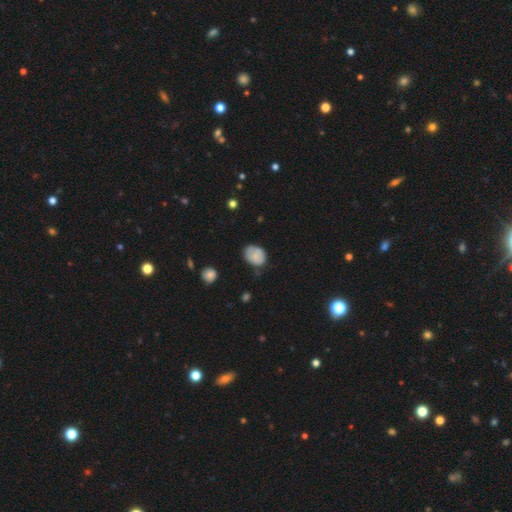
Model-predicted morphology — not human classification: Q: Smooth or featured?
A: smooth (77%); runner-up: featured or disk (14%)
Q: How rounded?
A: in between (63%); runner-up: round (37%)
Q: Merging?
A: none (50%); runner-up: minor disturbance (37%)